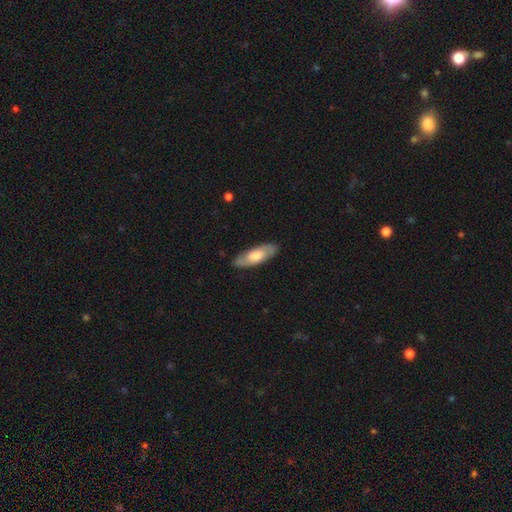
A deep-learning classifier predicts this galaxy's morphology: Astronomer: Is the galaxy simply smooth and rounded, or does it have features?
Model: smooth — 50% (runner-up: featured or disk, 45%).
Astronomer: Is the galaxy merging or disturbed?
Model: none — 86%.